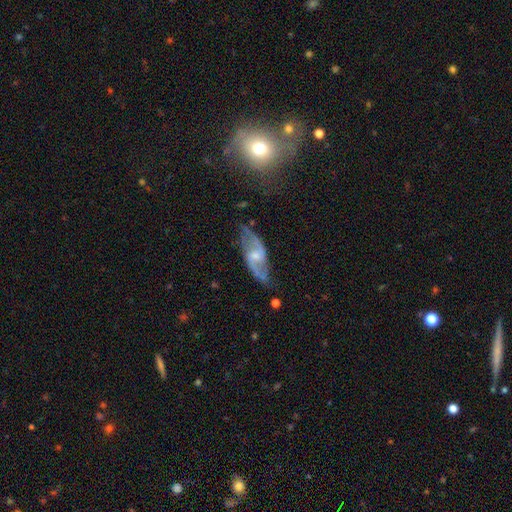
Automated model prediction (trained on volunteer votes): featured or disk 83%, smooth 11%, star or artifact 6%. Down the decision tree: edge-on disk — no (91%); bar — weak (52%); spiral arms — yes (94%); spiral arm count — 2 (89%); spiral winding — loose (50%); bulge size — small (46%); merging — none (69%).